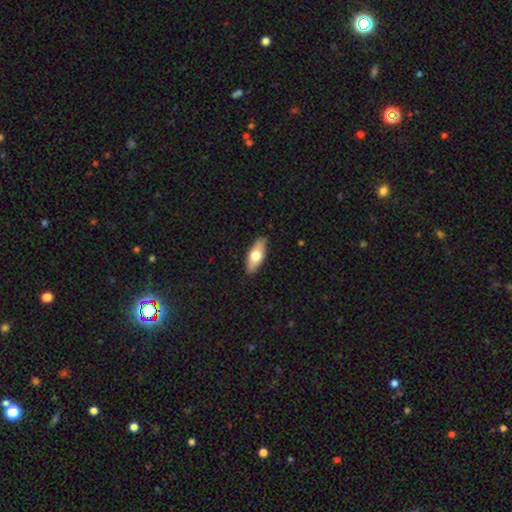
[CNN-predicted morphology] This is likely a smooth galaxy (61%). How rounded: likely in between (73%). Merging: clearly none (87%).